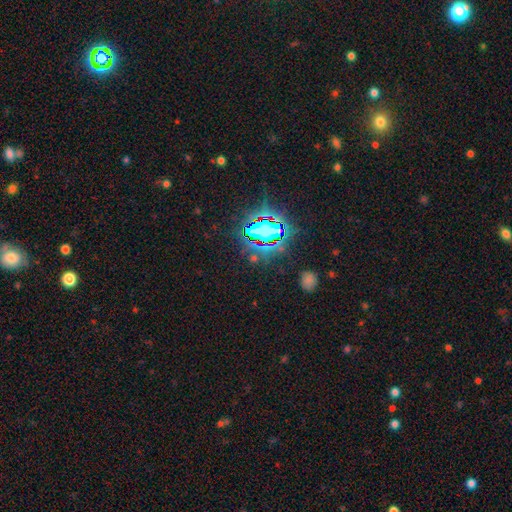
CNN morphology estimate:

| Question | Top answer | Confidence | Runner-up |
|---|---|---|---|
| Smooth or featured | star or artifact | 79% | smooth (13%) |